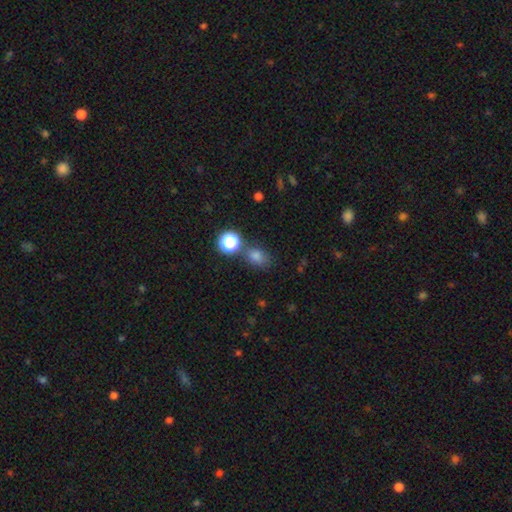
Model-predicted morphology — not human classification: Smooth or featured? smooth (73%)
How rounded? in between (54%)
Merging? none (67%)